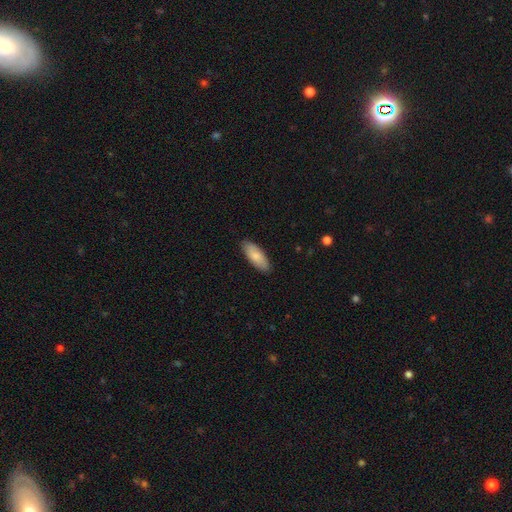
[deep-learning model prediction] This appears to be a smooth galaxy with no disk features (83%) that is in between round and cigar-shaped (76%). Merging: none (88%).